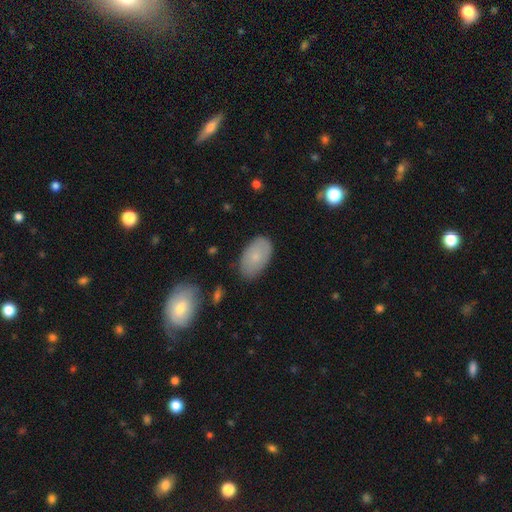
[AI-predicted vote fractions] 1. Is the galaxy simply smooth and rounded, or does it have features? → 73% smooth, 20% featured or disk, 7% star or artifact.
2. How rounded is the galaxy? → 93% in between, 5% round, 1% cigar-shaped.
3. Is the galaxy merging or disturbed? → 80% none, 14% minor disturbance, 3% major disturbance, 2% merger.